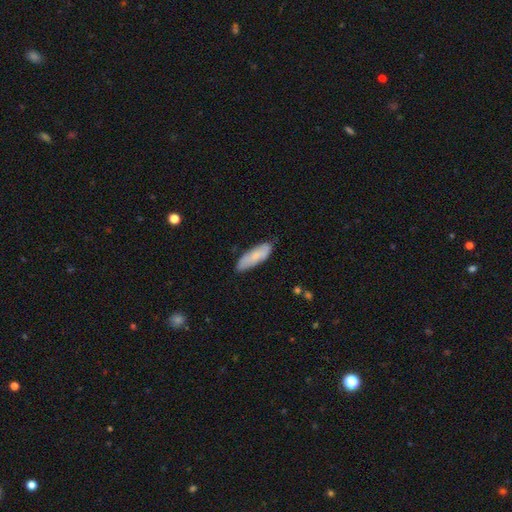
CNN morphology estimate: Smooth or featured? Predicted: smooth (p=0.70). How rounded? Predicted: in between (p=0.58). Merging? Predicted: none (p=0.78).